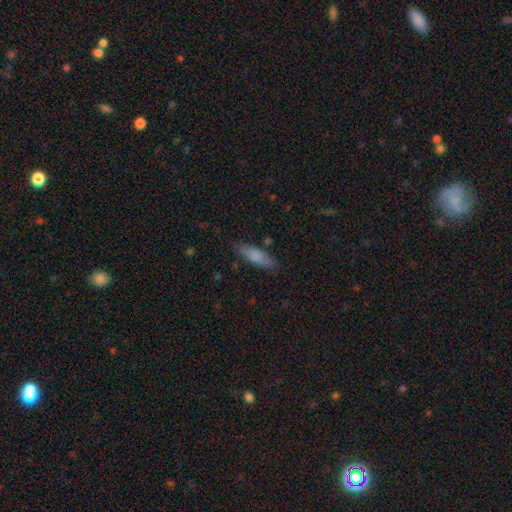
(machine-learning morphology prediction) Smooth or featured? Predicted: smooth (p=0.78). How rounded? Predicted: cigar-shaped (p=0.54). Merging? Predicted: none (p=0.81).